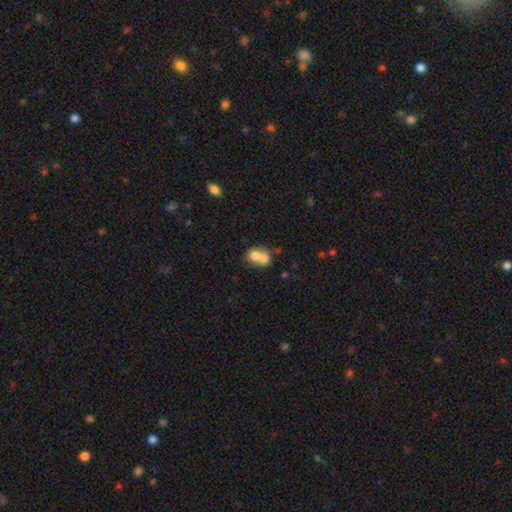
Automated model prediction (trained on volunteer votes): A smooth galaxy with no disk features (69%) that is round (63%).

Vote fractions:
- Smooth or featured? smooth: 69% / featured or disk: 22% / star or artifact: 10%
- How rounded? round: 63% / in between: 36% / cigar-shaped: 1%
- Merging? merger: 70% / none: 22% / minor disturbance: 6% / major disturbance: 3%